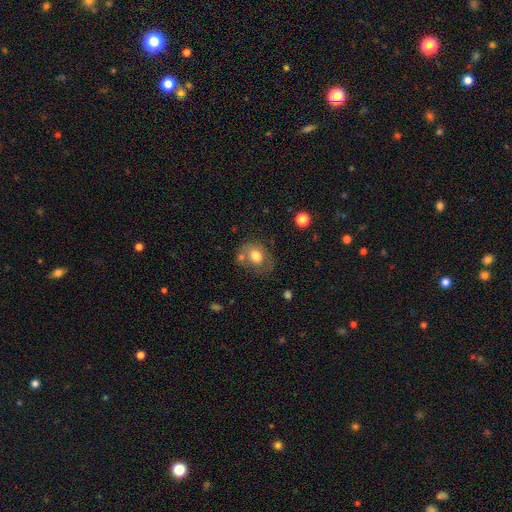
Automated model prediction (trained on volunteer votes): Overall: smooth (65%; featured or disk 27%). How rounded: in between (52%; round 47%). Merging: none (54%; minor disturbance 21%).